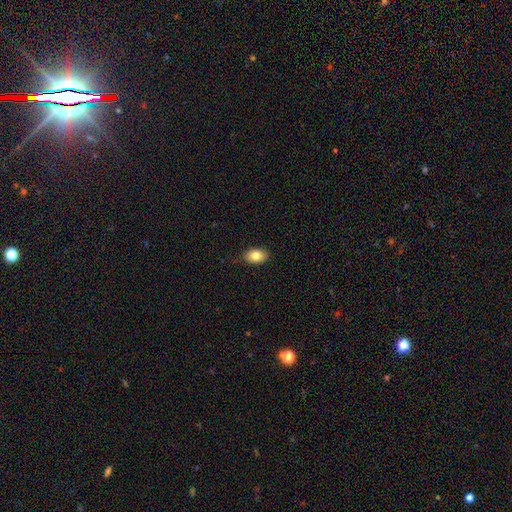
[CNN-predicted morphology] The model was most divided on "smooth or featured": smooth: 81%, featured or disk: 11%, star or artifact: 8%. More confident: how rounded — in between (89%); merging — none (86%).